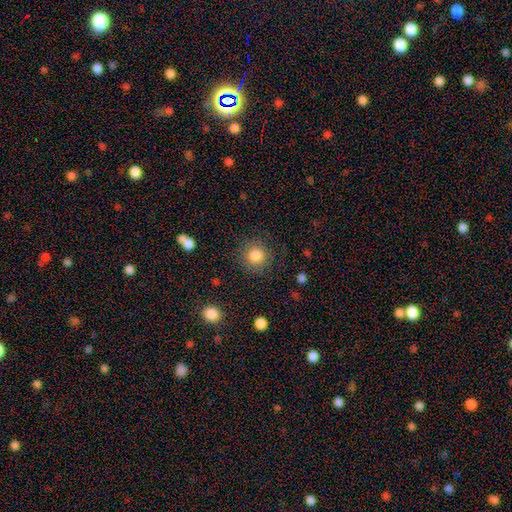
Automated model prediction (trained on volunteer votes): This is clearly a smooth galaxy (83%). How rounded: clearly round (93%). Merging: clearly none (86%).